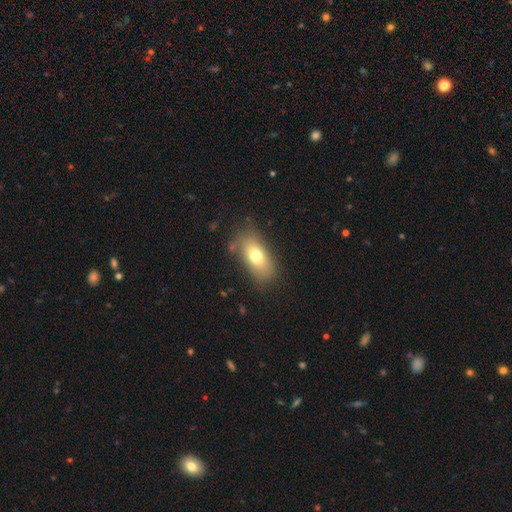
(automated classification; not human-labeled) Smooth or featured: smooth — 71% (featured or disk — 19%)
How rounded: in between — 87% (cigar-shaped — 7%)
Merging: none — 76% (minor disturbance — 16%)